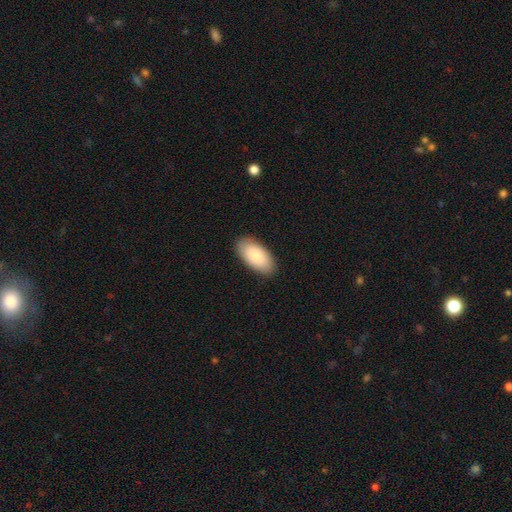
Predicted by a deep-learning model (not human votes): The model was most divided on "smooth or featured": smooth: 85%, featured or disk: 9%, star or artifact: 5%. More confident: how rounded — in between (95%); merging — none (87%).